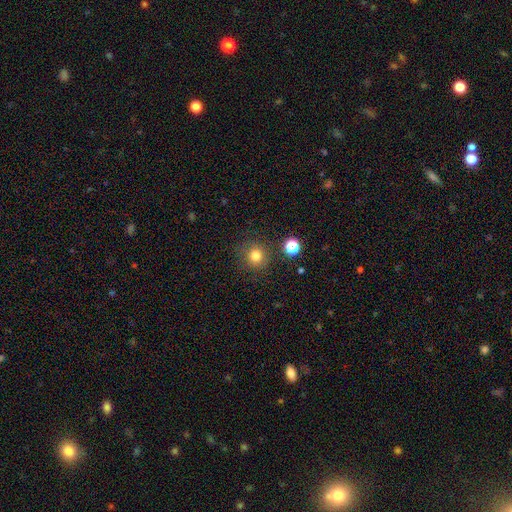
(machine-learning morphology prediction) Q: Smooth or featured?
A: smooth (79%); runner-up: star or artifact (14%)
Q: How rounded?
A: round (93%); runner-up: in between (6%)
Q: Merging?
A: none (84%); runner-up: minor disturbance (9%)